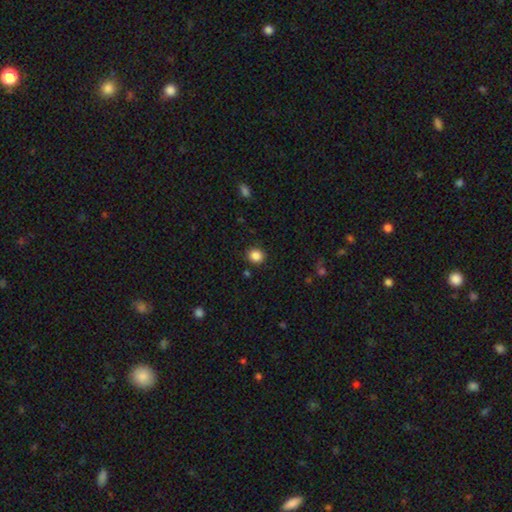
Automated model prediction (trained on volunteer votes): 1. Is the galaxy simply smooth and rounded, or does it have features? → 86% smooth, 10% star or artifact, 3% featured or disk.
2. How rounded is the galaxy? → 80% round, 19% in between, 1% cigar-shaped.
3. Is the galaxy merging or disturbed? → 88% none, 8% minor disturbance, 2% major disturbance, 2% merger.